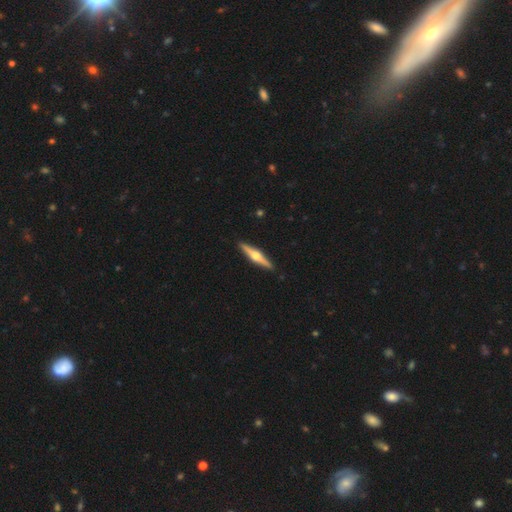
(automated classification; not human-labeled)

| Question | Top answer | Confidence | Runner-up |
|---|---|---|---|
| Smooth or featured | featured or disk | 75% | smooth (21%) |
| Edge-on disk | yes | 98% | no (2%) |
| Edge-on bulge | rounded | 95% | boxy (3%) |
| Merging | none | 92% | minor disturbance (6%) |